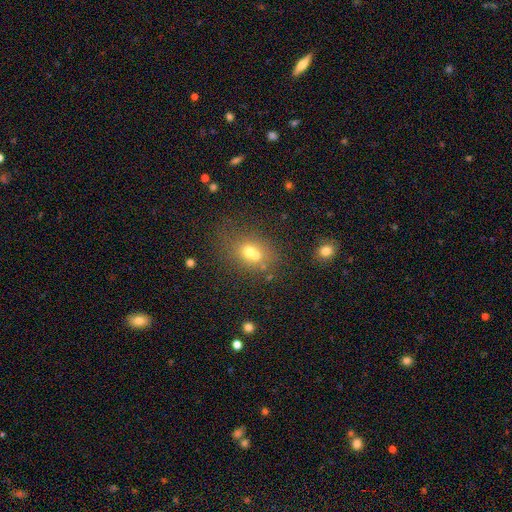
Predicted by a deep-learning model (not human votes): This is likely a smooth galaxy (61%). How rounded: possibly round (58%). Merging: possibly merger (48%).